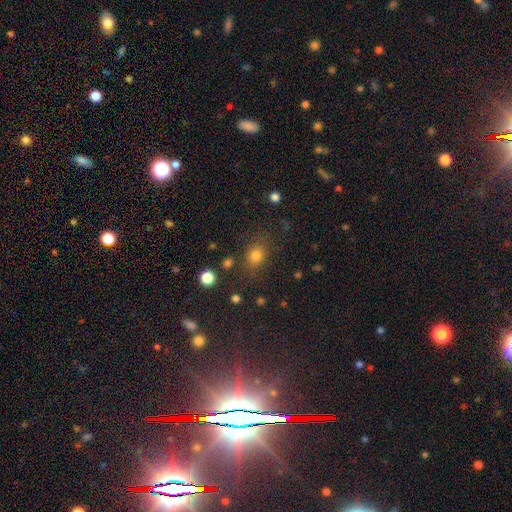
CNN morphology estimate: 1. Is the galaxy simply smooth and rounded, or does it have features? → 73% smooth, 19% star or artifact, 8% featured or disk.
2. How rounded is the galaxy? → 54% round, 44% in between, 2% cigar-shaped.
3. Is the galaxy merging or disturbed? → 79% none, 12% minor disturbance, 5% major disturbance, 3% merger.